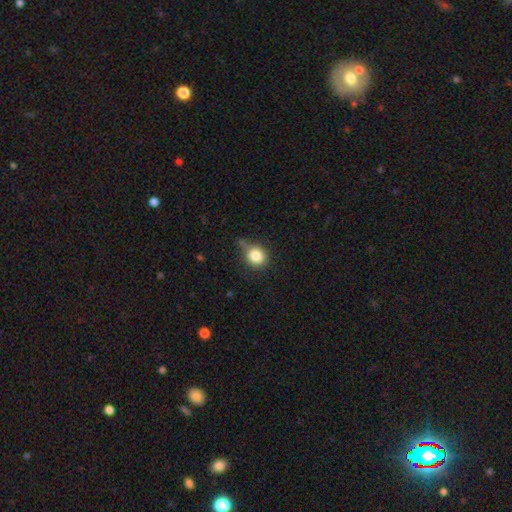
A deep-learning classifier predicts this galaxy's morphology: smooth_or_featured: smooth (p=0.83) [alt: star or artifact p=0.10]
how_rounded: round (p=0.76) [alt: in between p=0.23]
merging: none (p=0.52) [alt: minor disturbance p=0.33]